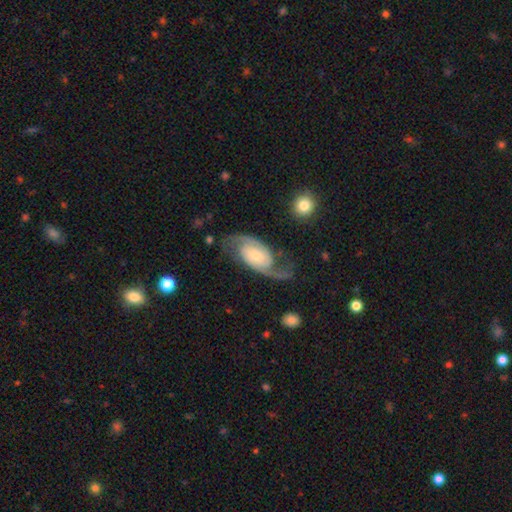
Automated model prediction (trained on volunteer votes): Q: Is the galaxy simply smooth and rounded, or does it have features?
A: featured or disk — 87%.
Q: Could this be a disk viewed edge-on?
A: no — 97%.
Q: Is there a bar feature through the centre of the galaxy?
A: no — 55%.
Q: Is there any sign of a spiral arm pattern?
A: yes — 97%.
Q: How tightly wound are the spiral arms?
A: medium — 46%.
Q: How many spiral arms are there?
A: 2 — 92%.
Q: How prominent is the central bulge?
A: small — 56%.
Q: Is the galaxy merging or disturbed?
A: none — 63%.